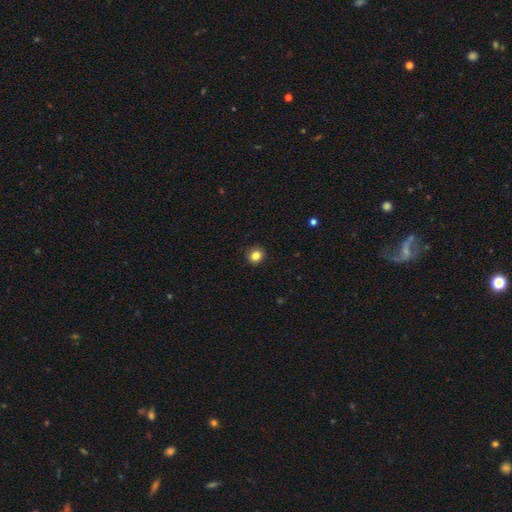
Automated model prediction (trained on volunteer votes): Morphology: type=smooth (84%); roundness=round (85%); merging=none (91%).